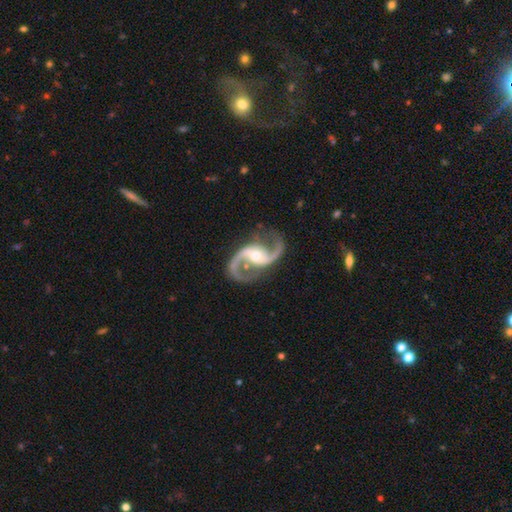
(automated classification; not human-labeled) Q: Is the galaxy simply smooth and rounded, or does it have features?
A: featured or disk — 94%.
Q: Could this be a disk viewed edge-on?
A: no — 98%.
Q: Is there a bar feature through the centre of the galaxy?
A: weak — 41%.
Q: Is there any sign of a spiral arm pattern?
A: yes — 98%.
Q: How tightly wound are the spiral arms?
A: medium — 50%.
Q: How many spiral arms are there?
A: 2 — 95%.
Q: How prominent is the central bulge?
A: moderate — 61%.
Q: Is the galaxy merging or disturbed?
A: none — 82%.